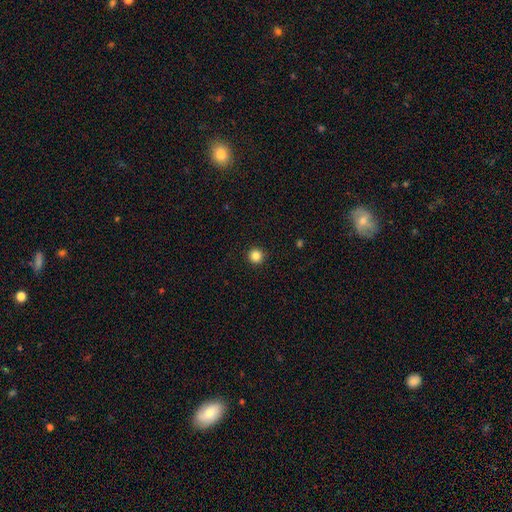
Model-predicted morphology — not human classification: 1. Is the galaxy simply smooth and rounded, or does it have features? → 84% smooth, 12% star or artifact, 4% featured or disk.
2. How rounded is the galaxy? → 96% round, 3% in between, 1% cigar-shaped.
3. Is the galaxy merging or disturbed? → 93% none, 4% minor disturbance, 2% major disturbance, 1% merger.